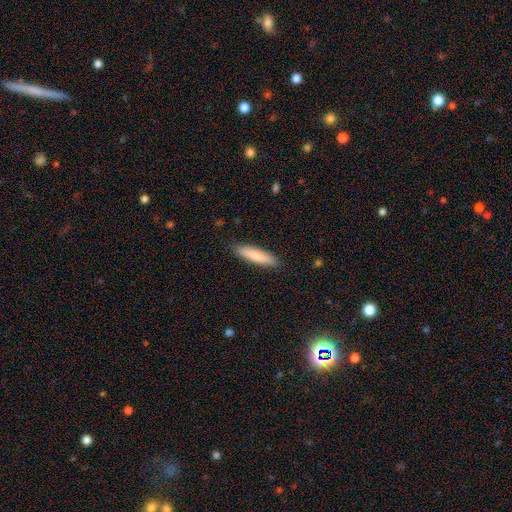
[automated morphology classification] smooth_or_featured: smooth (p=0.78) [alt: featured or disk p=0.16]
how_rounded: cigar-shaped (p=0.76) [alt: in between p=0.22]
merging: none (p=0.89) [alt: minor disturbance p=0.09]